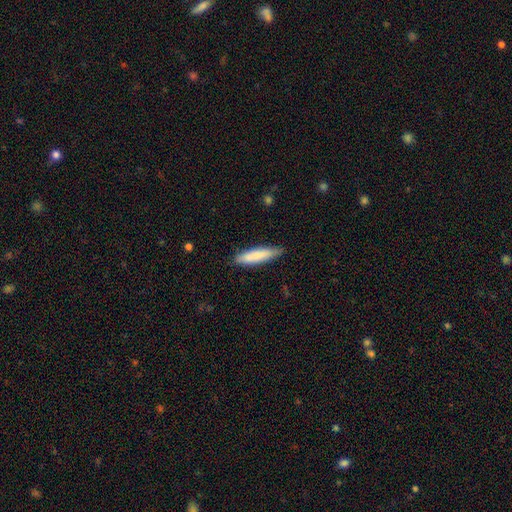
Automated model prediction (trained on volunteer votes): The model was most divided on "how rounded": cigar-shaped: 73%, in between: 26%, round: 1%. More confident: merging — none (82%); smooth or featured — smooth (81%).